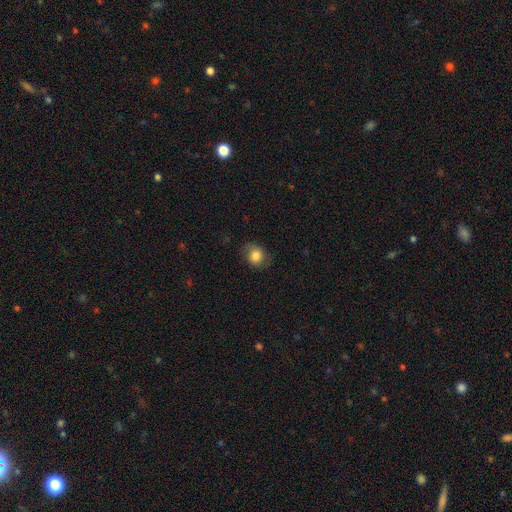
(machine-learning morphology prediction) smooth_or_featured: smooth (p=0.79) [alt: featured or disk p=0.12]
how_rounded: round (p=0.63) [alt: in between p=0.36]
merging: none (p=0.73) [alt: minor disturbance p=0.19]